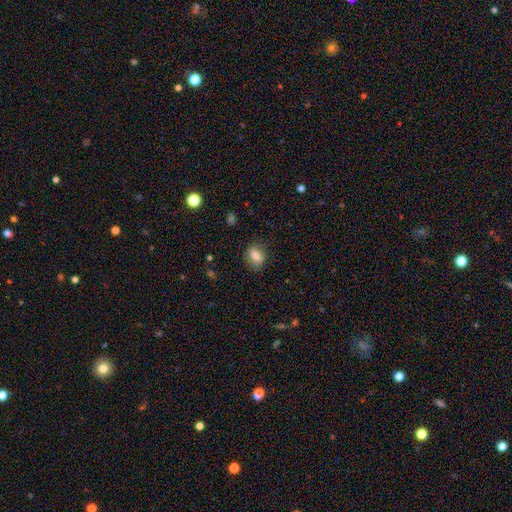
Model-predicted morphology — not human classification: smooth 80%, featured or disk 11%, star or artifact 9%. Down the decision tree: how rounded — in between (71%); merging — none (80%).